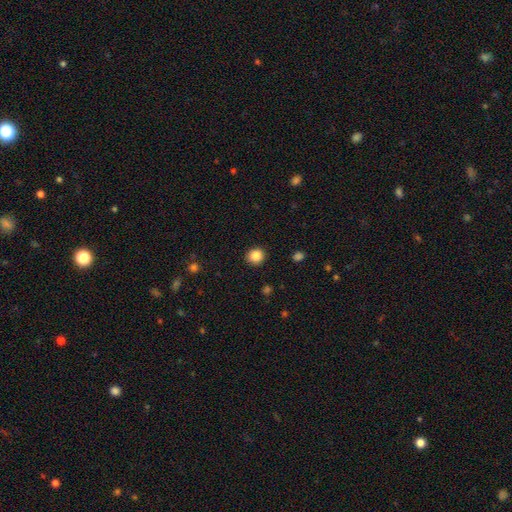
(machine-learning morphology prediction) Q: Smooth or featured?
A: smooth (86%); runner-up: star or artifact (10%)
Q: How rounded?
A: round (89%); runner-up: in between (10%)
Q: Merging?
A: none (91%); runner-up: minor disturbance (6%)